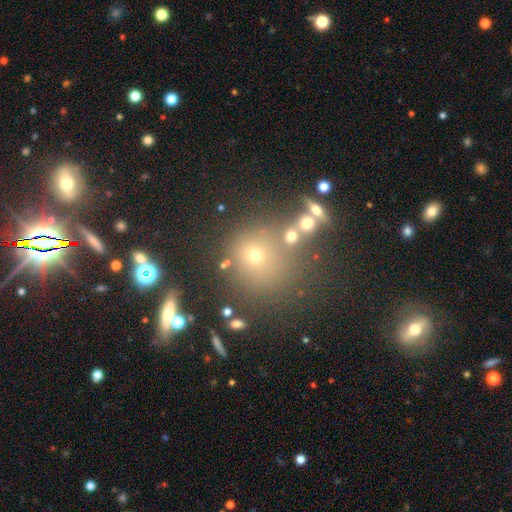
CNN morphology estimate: The model was most divided on "smooth or featured": smooth: 60%, star or artifact: 26%, featured or disk: 14%. More confident: how rounded — round (87%); merging — none (66%).